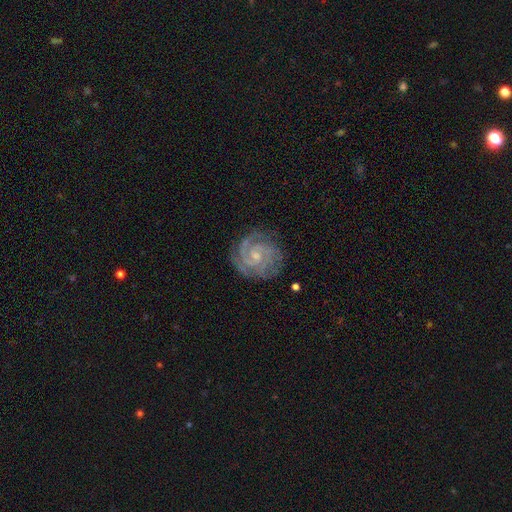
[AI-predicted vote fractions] A featured or disk galaxy (90%) with no bar (57%), 2 (40%) tight (73%) spiral arms (98%) and a small central bulge (63%).

Vote fractions:
- Smooth or featured? featured or disk: 90% / smooth: 5% / star or artifact: 5%
- Edge-on disk? no: 98% / yes: 2%
- Bar? no: 57% / weak: 36% / strong: 7%
- Spiral arms? yes: 98% / no: 2%
- Spiral winding? tight: 73% / medium: 24% / loose: 3%
- Spiral arm count? 2: 40% / 3: 29% / can't tell: 14% / 4: 8% / 1: 5% / more than 4: 5%
- Bulge size? small: 63% / moderate: 29% / none: 6% / large: 1% / dominant: 1%
- Merging? none: 78% / minor disturbance: 16% / major disturbance: 5% / merger: 1%